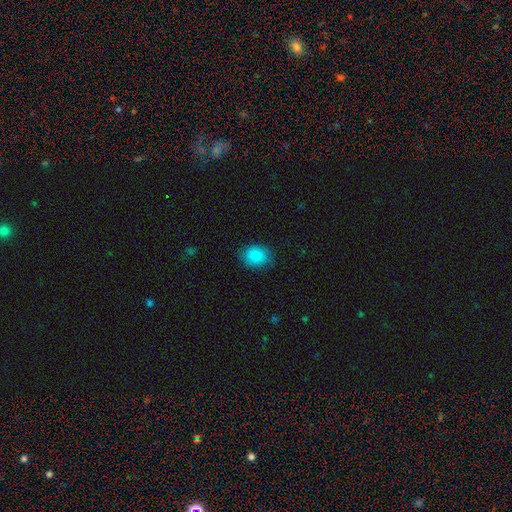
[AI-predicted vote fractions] The model was most divided on "how rounded": in between: 58%, round: 41%, cigar-shaped: 1%. More confident: smooth or featured — smooth (88%); merging — none (82%).